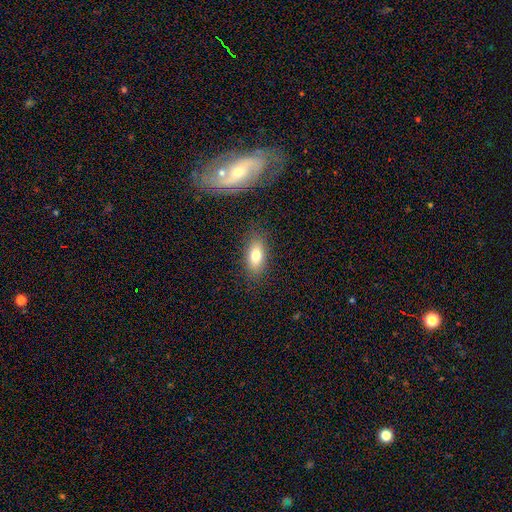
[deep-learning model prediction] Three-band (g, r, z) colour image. It shows a smooth galaxy with no disk features (77%) that is in between round and cigar-shaped (83%). Merging: none (84%).